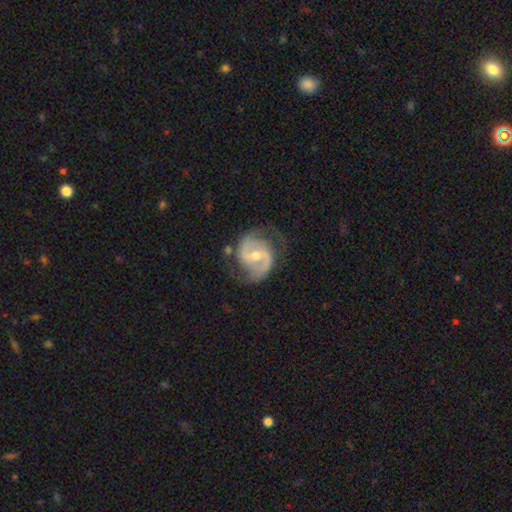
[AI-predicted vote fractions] featured or disk 87%, smooth 8%, star or artifact 5%. Down the decision tree: edge-on disk — no (98%); bar — weak (54%); spiral arms — yes (96%); spiral arm count — 2 (89%); spiral winding — medium (55%); bulge size — moderate (54%); merging — none (69%).